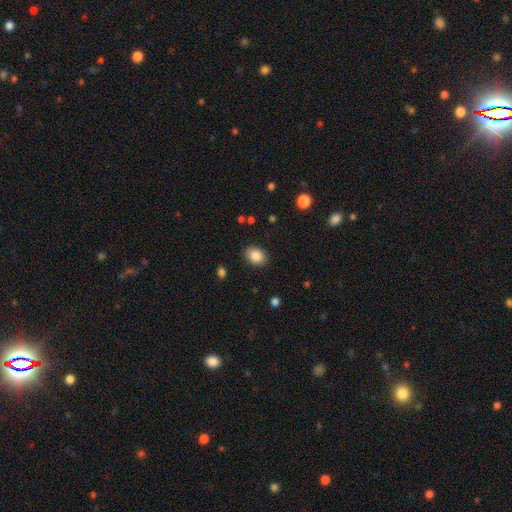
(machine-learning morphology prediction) This appears to be a smooth galaxy with no disk features (86%) that is in between round and cigar-shaped (67%). Merging: none (87%).